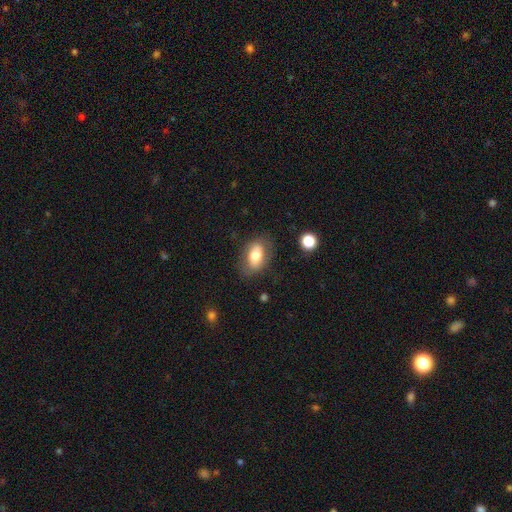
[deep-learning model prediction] This is likely a smooth galaxy (72%). How rounded: clearly in between (87%). Merging: likely none (74%).